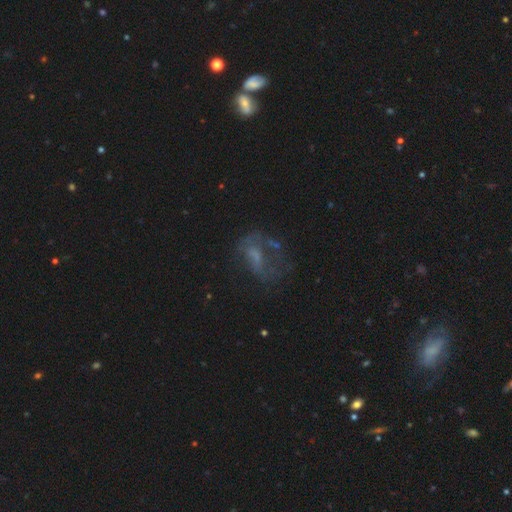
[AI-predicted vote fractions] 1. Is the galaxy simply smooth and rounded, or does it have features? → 52% featured or disk, 27% smooth, 20% star or artifact.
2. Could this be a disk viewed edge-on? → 95% no, 5% yes.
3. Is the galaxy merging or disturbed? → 38% major disturbance (tied), 38% none (tied), 18% minor disturbance, 5% merger.